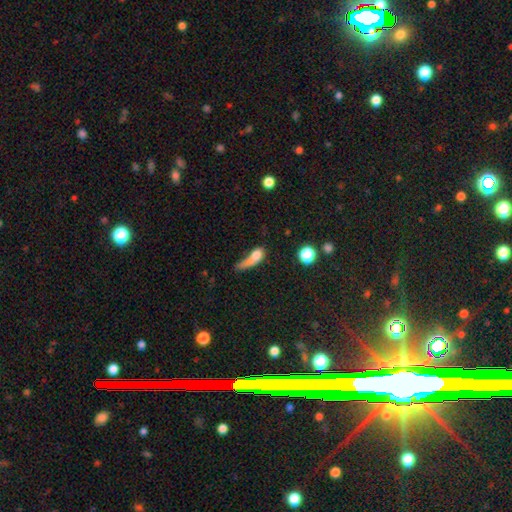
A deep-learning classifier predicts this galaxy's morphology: The model was most divided on "how rounded": in between: 48%, cigar-shaped: 35%, round: 18%. Remaining: smooth or featured — smooth (65%); merging — major disturbance (45%).